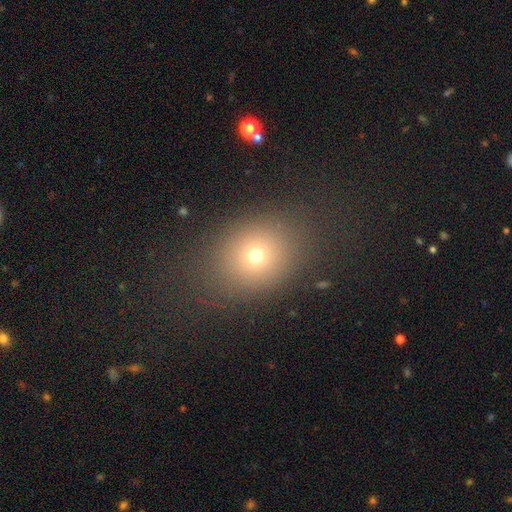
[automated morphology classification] Smooth or featured? smooth (69%)
How rounded? round (56%)
Merging? none (79%)